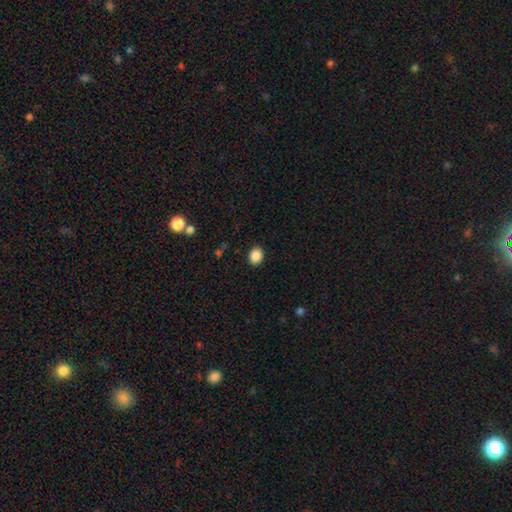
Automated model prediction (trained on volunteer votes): A smooth galaxy with no disk features (88%) that is round (61%).

Vote fractions:
- Smooth or featured? smooth: 88% / star or artifact: 9% / featured or disk: 3%
- How rounded? round: 61% / in between: 38% / cigar-shaped: 1%
- Merging? none: 90% / minor disturbance: 7% / major disturbance: 2% / merger: 1%